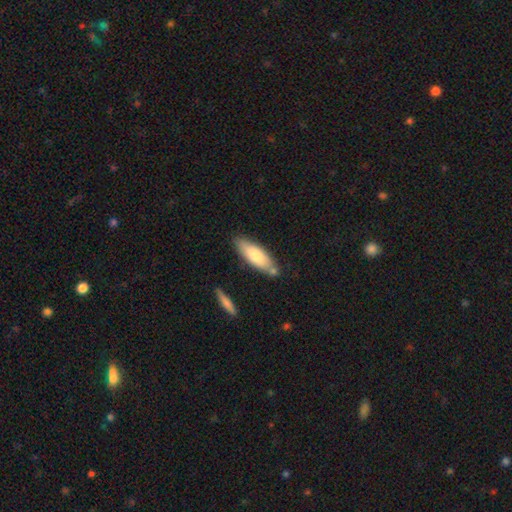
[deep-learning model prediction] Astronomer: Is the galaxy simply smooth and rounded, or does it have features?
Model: smooth — 77%.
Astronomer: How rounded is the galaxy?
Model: in between — 55% (runner-up: cigar-shaped, 43%).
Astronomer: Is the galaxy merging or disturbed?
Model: none — 72%.